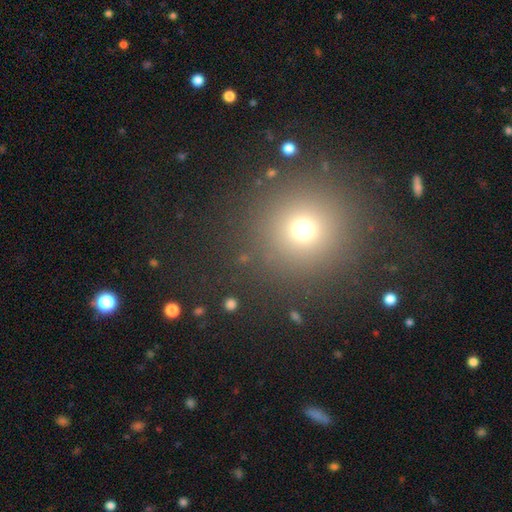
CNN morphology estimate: Q: Smooth or featured?
A: smooth (61%); runner-up: star or artifact (31%)
Q: How rounded?
A: round (94%); runner-up: in between (5%)
Q: Merging?
A: none (89%); runner-up: minor disturbance (6%)